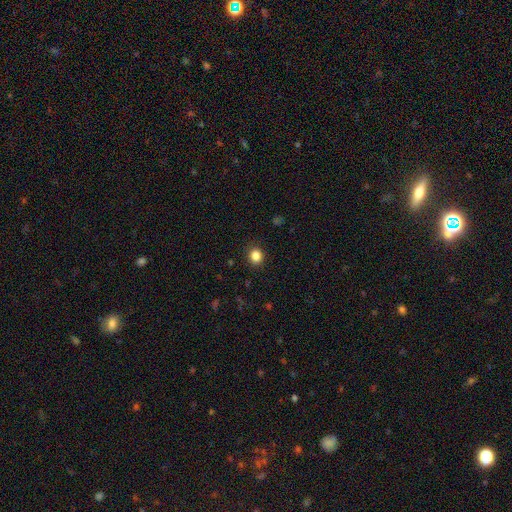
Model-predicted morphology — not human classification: A smooth galaxy with no disk features (85%) that is round (77%). Merging: none (90%).